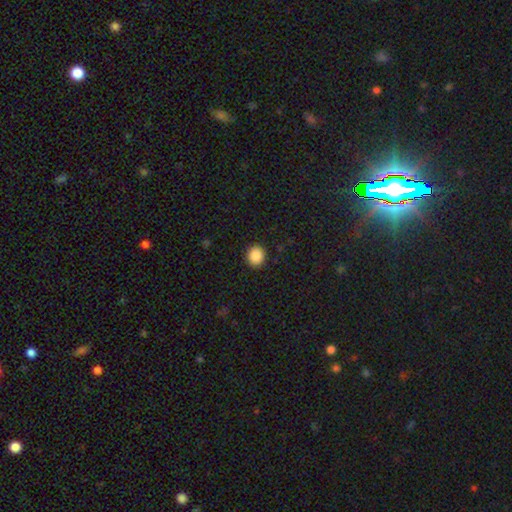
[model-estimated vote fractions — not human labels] The model was most divided on "how rounded": round: 80%, in between: 19%, cigar-shaped: 1%. More confident: merging — none (91%); smooth or featured — smooth (87%).